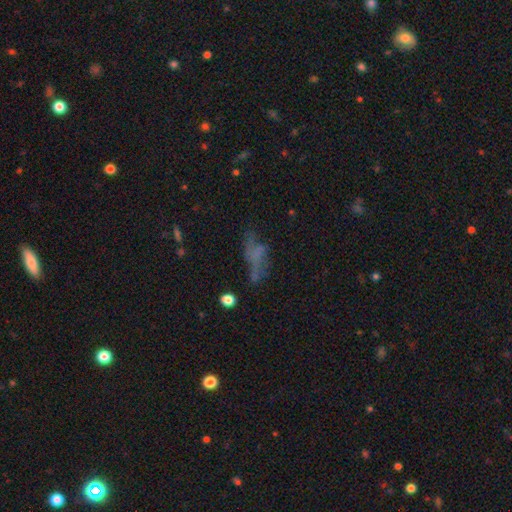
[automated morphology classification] Q: Smooth or featured?
A: smooth (42%); runner-up: featured or disk (37%)
Q: Merging?
A: none (42%); runner-up: major disturbance (29%)